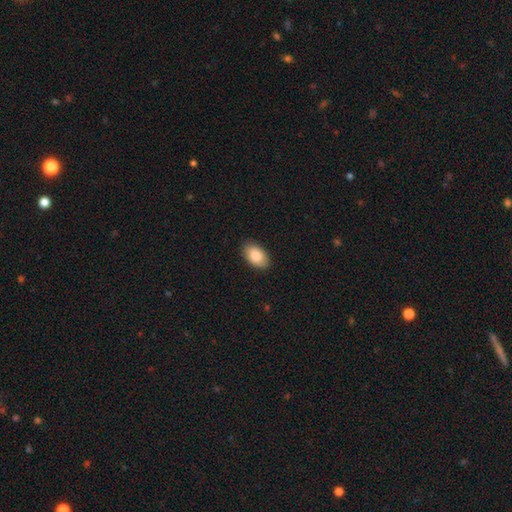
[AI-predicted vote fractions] This is clearly a smooth galaxy (87%). How rounded: clearly in between (94%). Merging: clearly none (88%).